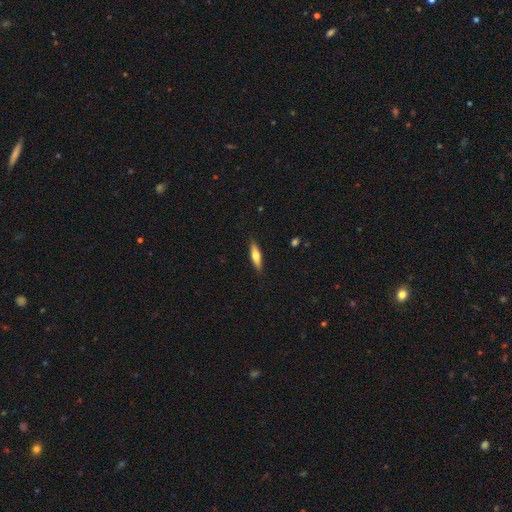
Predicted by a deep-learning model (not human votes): Smooth or featured? smooth (54%)
How rounded? cigar-shaped (67%)
Merging? none (88%)